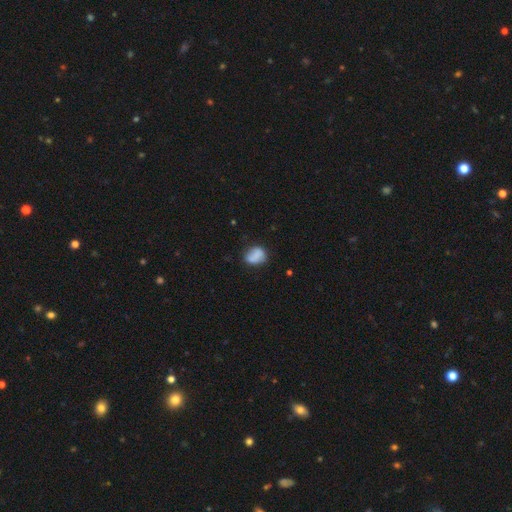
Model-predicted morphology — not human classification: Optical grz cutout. It shows a smooth galaxy with no disk features (76%) that is in between round and cigar-shaped (54%). Merging: none (59%).